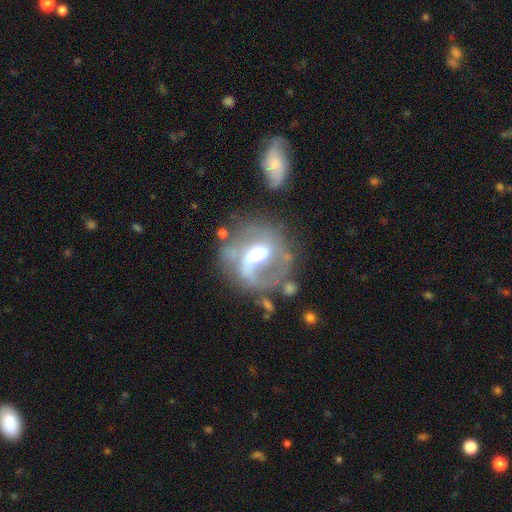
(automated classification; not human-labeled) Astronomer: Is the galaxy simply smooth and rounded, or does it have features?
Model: featured or disk — 74%.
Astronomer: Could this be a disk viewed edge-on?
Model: no — 97%.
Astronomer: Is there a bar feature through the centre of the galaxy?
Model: weak — 46% (runner-up: strong, 28%).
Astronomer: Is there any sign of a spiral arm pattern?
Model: yes — 77%.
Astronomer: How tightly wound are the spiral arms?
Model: medium — 41% (runner-up: loose, 35%).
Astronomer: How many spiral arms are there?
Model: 2 — 48% (runner-up: 1, 33%).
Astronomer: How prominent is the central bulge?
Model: moderate — 59%.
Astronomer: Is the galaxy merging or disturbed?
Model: none — 47% (runner-up: major disturbance, 24%).